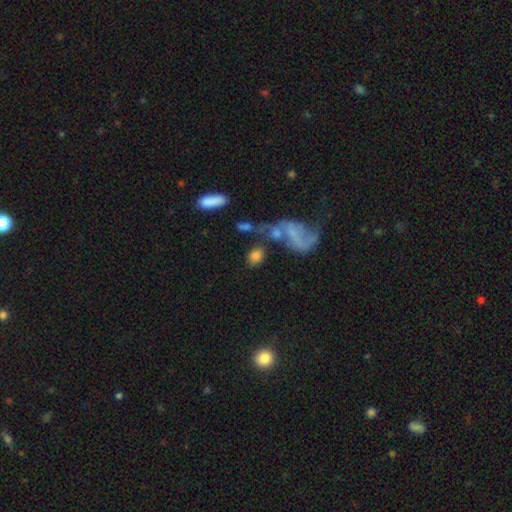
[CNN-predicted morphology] Smooth or featured? Predicted: smooth (p=0.75). How rounded? Predicted: in between (p=0.64). Merging? Predicted: none (p=0.47).